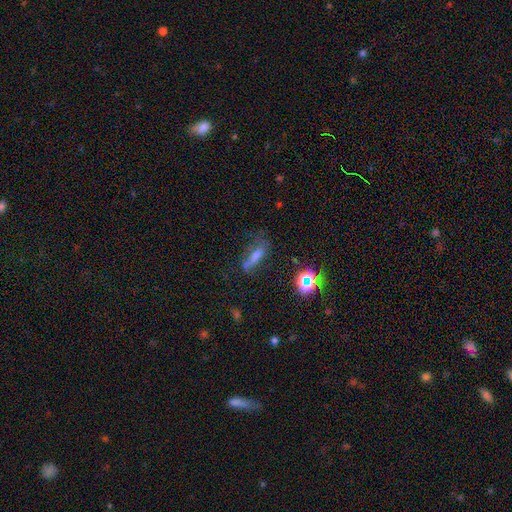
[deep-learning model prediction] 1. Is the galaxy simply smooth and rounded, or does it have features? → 47% smooth, 28% featured or disk, 25% star or artifact.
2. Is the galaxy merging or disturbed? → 47% none, 27% minor disturbance, 22% major disturbance, 5% merger.